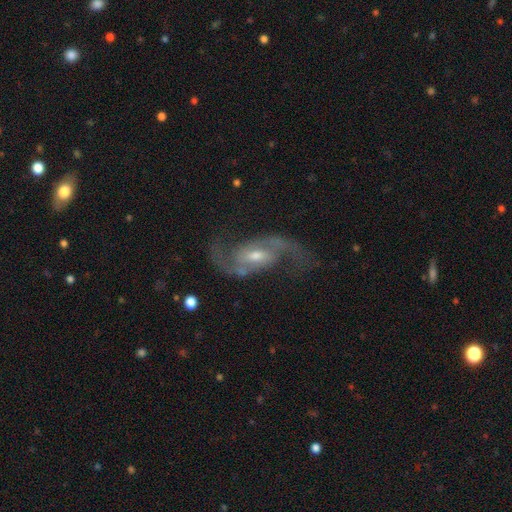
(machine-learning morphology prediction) Smooth or featured? Predicted: featured or disk (p=0.91). Edge-on disk? Predicted: no (p=0.97). Bar? Predicted: weak (p=0.51). Spiral arms? Predicted: yes (p=0.97). Spiral winding? Predicted: medium (p=0.46). Spiral arm count? Predicted: 2 (p=0.93). Bulge size? Predicted: moderate (p=0.50). Merging? Predicted: none (p=0.76).